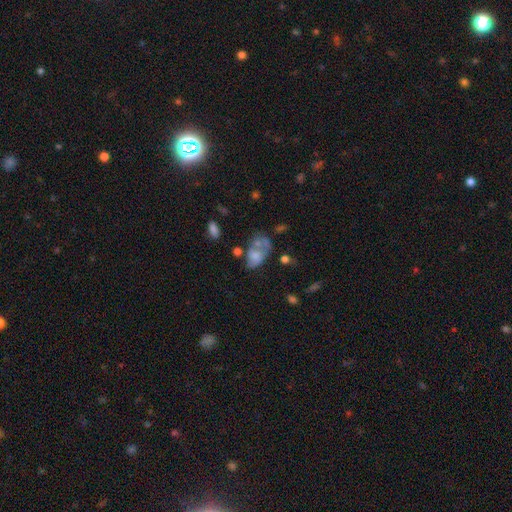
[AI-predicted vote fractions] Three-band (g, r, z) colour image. It shows a smooth galaxy with no disk features (56%) that is in between round and cigar-shaped (86%). Merging: merger (30%).